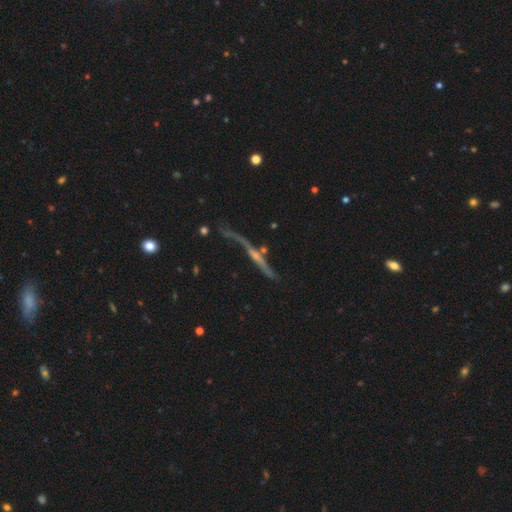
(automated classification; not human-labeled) Smooth or featured? Predicted: featured or disk (p=0.77). Edge-on disk? Predicted: yes (p=0.80). Edge-on bulge? Predicted: rounded (p=0.54). Merging? Predicted: none (p=0.49).